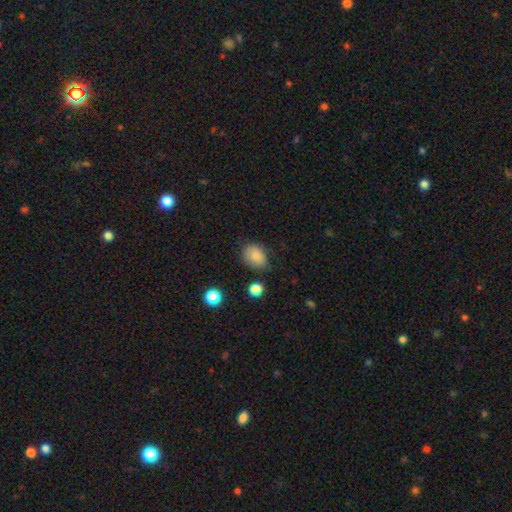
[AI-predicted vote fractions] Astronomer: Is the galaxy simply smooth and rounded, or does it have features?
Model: smooth — 83%.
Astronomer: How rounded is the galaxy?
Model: in between — 66%.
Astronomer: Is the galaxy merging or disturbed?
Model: none — 70%.